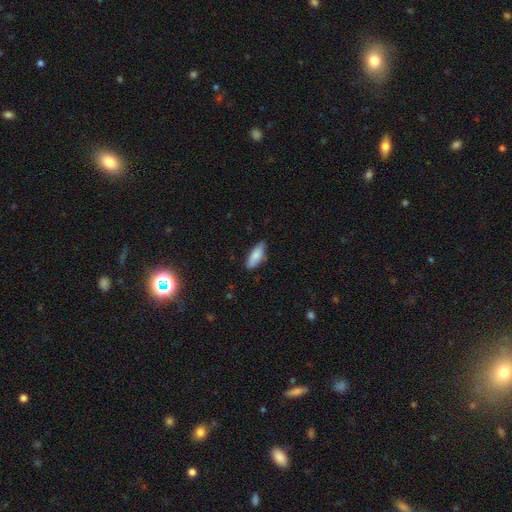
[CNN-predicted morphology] type=smooth (84%); roundness=in between (72%); merging=none (77%).